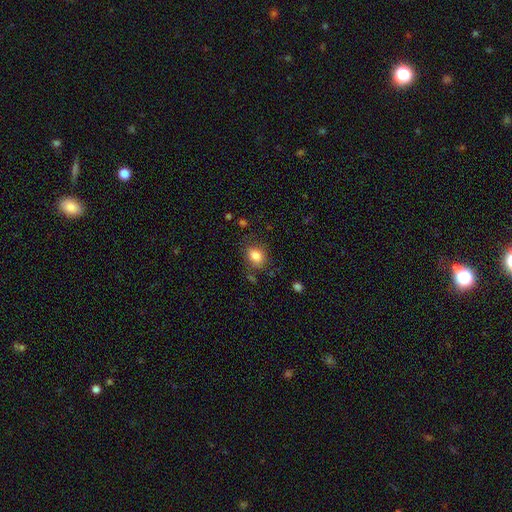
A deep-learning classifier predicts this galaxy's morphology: Smooth or featured? Predicted: smooth (p=0.83). How rounded? Predicted: in between (p=0.56). Merging? Predicted: none (p=0.78).